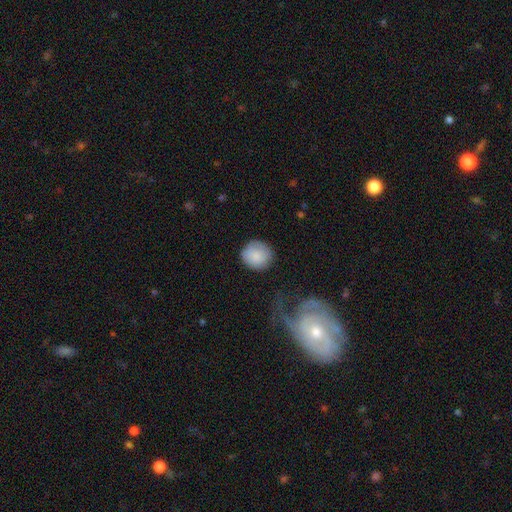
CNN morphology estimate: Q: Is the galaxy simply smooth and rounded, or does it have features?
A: smooth — 83%.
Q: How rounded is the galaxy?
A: round — 89%.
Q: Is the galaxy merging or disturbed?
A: none — 81%.